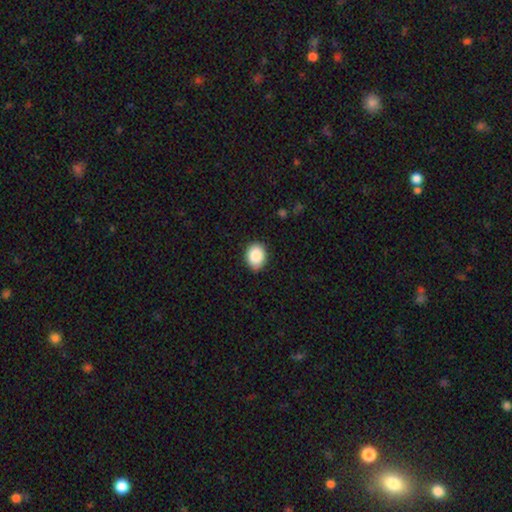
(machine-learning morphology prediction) This appears to be a smooth galaxy with no disk features (89%) that is in between round and cigar-shaped (58%). Merging: none (87%).